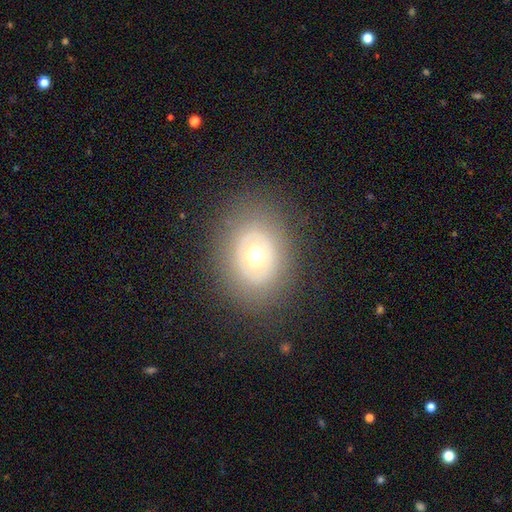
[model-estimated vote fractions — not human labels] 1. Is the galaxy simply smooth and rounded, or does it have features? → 48% featured or disk, 44% smooth, 9% star or artifact.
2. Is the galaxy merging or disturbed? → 83% none, 11% minor disturbance, 6% major disturbance, 1% merger.